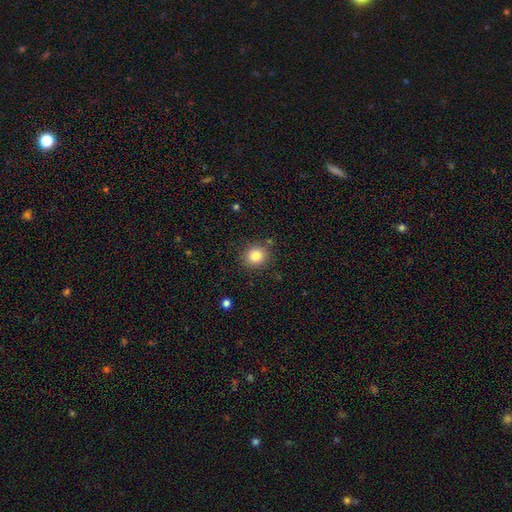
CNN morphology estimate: smooth_or_featured: smooth (p=0.82) [alt: star or artifact p=0.11]
how_rounded: round (p=0.85) [alt: in between p=0.14]
merging: none (p=0.86) [alt: minor disturbance p=0.09]